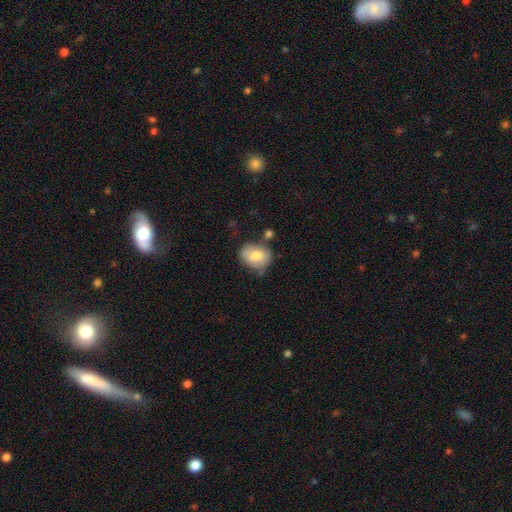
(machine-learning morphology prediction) Smooth or featured? smooth (77%)
How rounded? in between (50%)
Merging? none (60%)